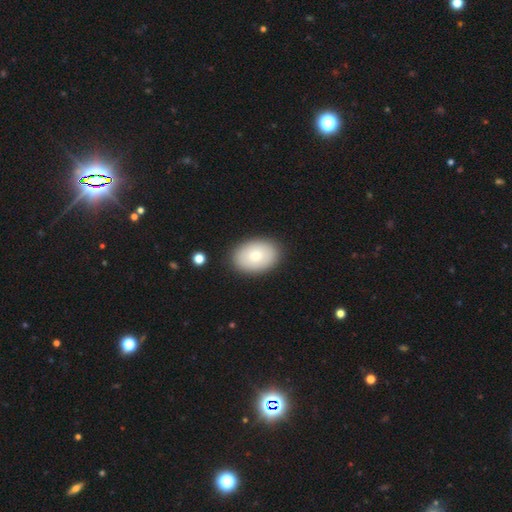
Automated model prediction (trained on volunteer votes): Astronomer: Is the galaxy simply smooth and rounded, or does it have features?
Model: smooth — 78%.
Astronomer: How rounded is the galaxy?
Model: in between — 82%.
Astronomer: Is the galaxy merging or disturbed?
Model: none — 88%.